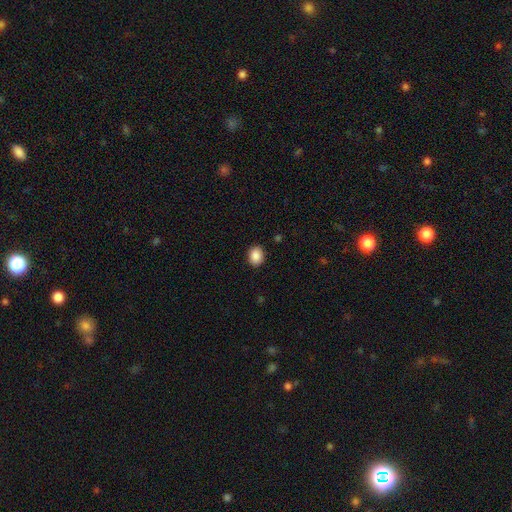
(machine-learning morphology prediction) This is clearly a smooth galaxy (88%). How rounded: possibly round (51%). Merging: clearly none (89%).